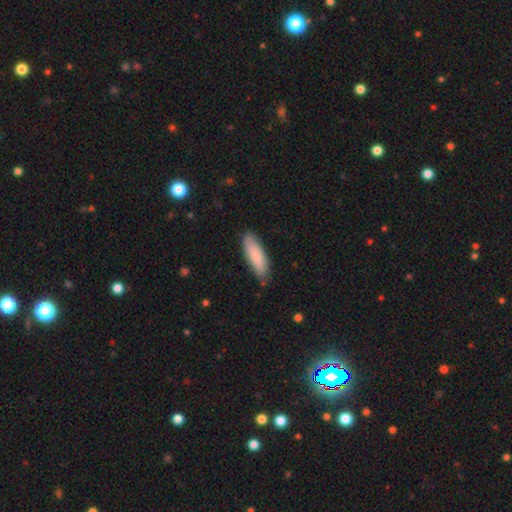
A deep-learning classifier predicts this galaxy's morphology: The model was most divided on "how rounded": in between: 52%, cigar-shaped: 47%, round: 1%. More confident: smooth or featured — smooth (83%); merging — none (82%).